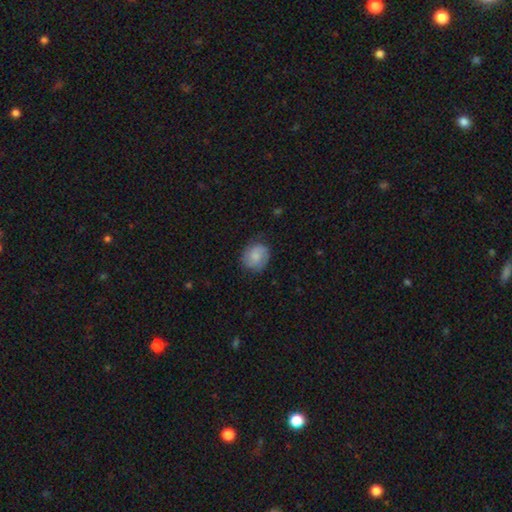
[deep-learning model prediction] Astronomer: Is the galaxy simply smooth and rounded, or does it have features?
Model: smooth — 61%.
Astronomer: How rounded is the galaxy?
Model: round — 71%.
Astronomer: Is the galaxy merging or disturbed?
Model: none — 76%.